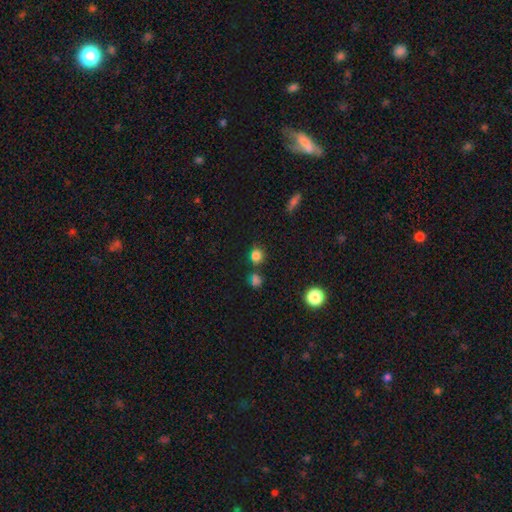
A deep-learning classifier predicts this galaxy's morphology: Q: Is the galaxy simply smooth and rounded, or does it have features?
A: smooth — 78%.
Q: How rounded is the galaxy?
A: round — 78%.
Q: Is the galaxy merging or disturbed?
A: none — 71%.